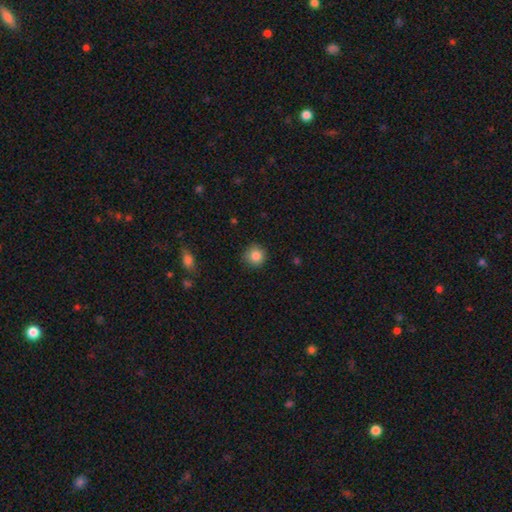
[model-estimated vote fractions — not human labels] Morphology: type=smooth (86%); roundness=round (92%); merging=none (86%).